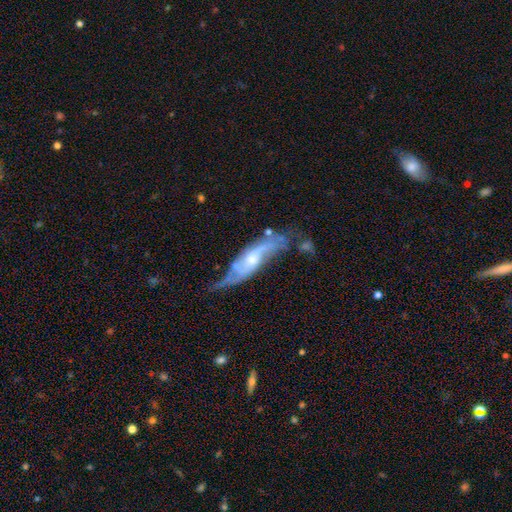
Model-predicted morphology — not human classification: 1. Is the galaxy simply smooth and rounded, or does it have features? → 79% featured or disk, 14% smooth, 8% star or artifact.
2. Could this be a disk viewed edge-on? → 74% no, 26% yes.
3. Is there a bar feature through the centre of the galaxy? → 52% no, 37% weak, 11% strong.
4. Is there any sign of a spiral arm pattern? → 91% yes, 9% no.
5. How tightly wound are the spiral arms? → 43% loose, 38% medium, 19% tight.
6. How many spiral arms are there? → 67% 2, 19% can't tell, 6% 3, 3% 1, 2% 4, 2% more than 4.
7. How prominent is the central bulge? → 45% small, 44% moderate, 6% none, 4% large, 1% dominant.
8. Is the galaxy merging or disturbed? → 51% none, 27% minor disturbance, 16% major disturbance, 7% merger.